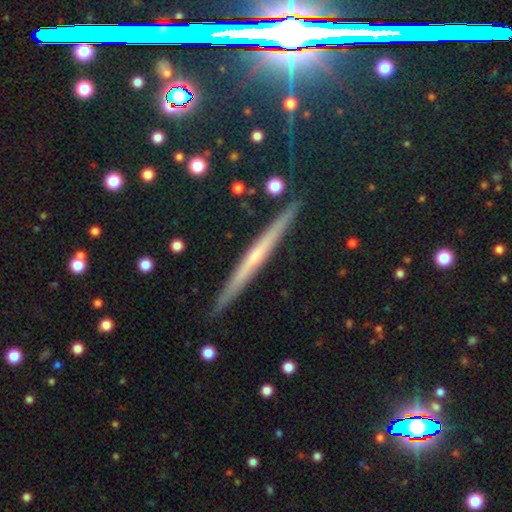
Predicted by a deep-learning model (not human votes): The model was most divided on "smooth or featured": featured or disk: 60%, smooth: 31%, star or artifact: 9%. More confident: edge-on disk — yes (97%); merging — none (91%); edge-on bulge — none (69%).